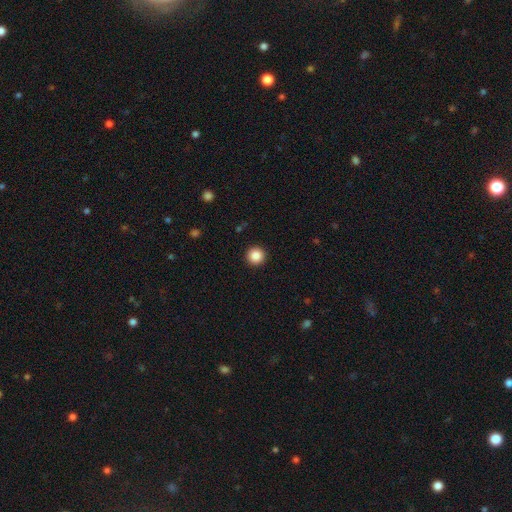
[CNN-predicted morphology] smooth-or-featured: smooth: 87% | star or artifact: 10% | featured or disk: 4%
  how-rounded: round: 96% | in between: 3% | cigar-shaped: 1%
  merging: none: 93% | minor disturbance: 4% | major disturbance: 2% | merger: 1%